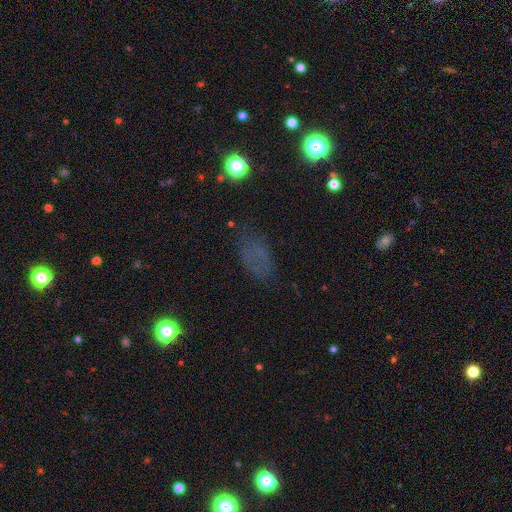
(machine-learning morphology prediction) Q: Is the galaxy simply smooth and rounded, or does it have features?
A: smooth — 53%.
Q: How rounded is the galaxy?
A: in between — 87%.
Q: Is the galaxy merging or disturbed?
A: none — 68%.